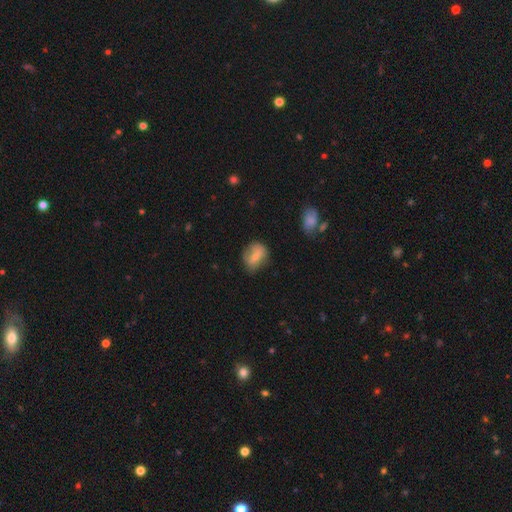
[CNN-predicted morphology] Smooth or featured? Predicted: smooth (p=0.67). How rounded? Predicted: in between (p=0.54). Merging? Predicted: none (p=0.57).